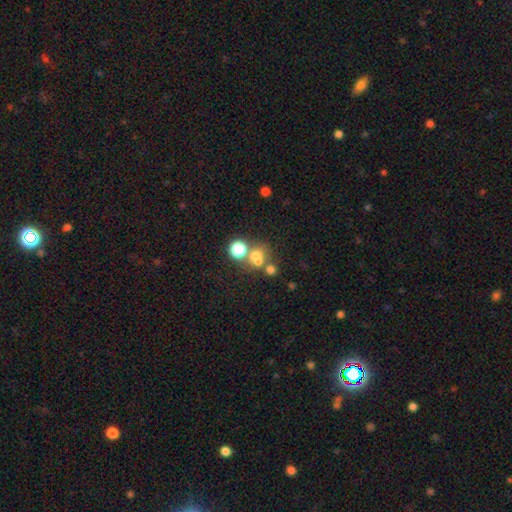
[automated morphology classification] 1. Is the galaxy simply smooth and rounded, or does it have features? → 61% smooth, 23% star or artifact, 16% featured or disk.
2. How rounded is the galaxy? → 76% round, 23% in between, 1% cigar-shaped.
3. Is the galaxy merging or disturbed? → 43% none (tied), 43% merger (tied), 8% minor disturbance, 6% major disturbance.